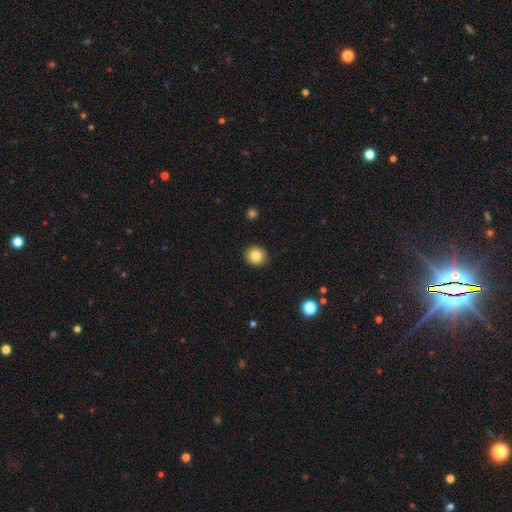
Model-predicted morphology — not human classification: Smooth or featured? Predicted: smooth (p=0.83). How rounded? Predicted: round (p=0.87). Merging? Predicted: none (p=0.92).